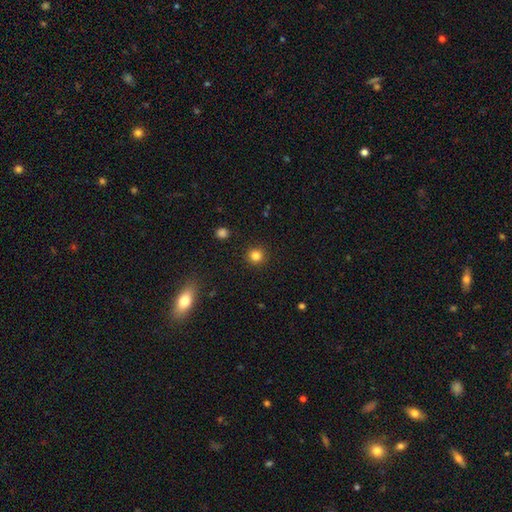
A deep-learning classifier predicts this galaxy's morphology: Q: Smooth or featured?
A: smooth (82%); runner-up: star or artifact (13%)
Q: How rounded?
A: round (93%); runner-up: in between (6%)
Q: Merging?
A: none (91%); runner-up: minor disturbance (5%)